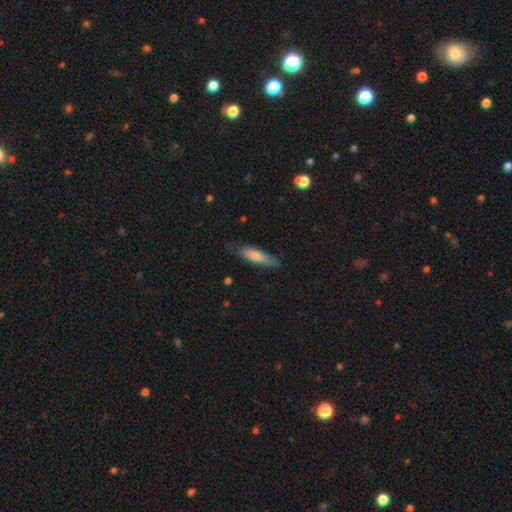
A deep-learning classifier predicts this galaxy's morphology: Smooth or featured: smooth — 76% (featured or disk — 19%)
How rounded: cigar-shaped — 61% (in between — 37%)
Merging: none — 74% (minor disturbance — 20%)